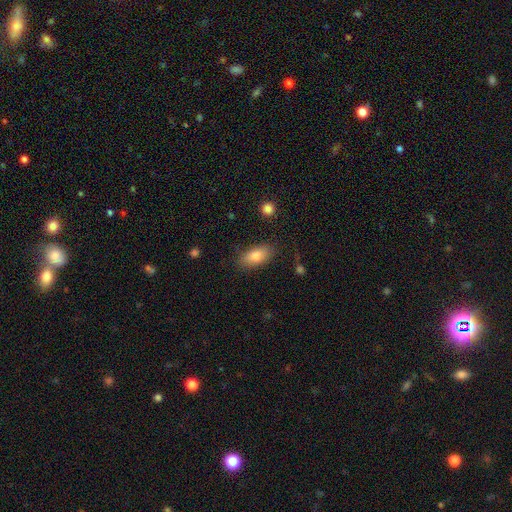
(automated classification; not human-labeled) Smooth or featured?
  - smooth: 81% *
  - featured or disk: 12%
  - star or artifact: 7%
How rounded?
  - in between: 87% *
  - cigar-shaped: 9%
  - round: 4%
Merging?
  - none: 82% *
  - minor disturbance: 13%
  - major disturbance: 3%
  - merger: 2%